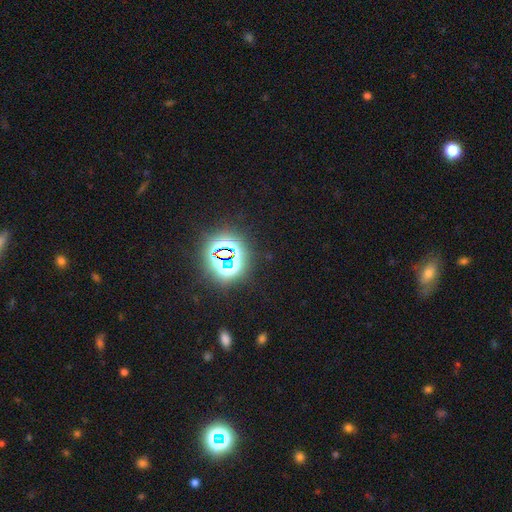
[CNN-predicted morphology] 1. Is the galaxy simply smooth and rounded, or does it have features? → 79% star or artifact, 15% smooth, 7% featured or disk.